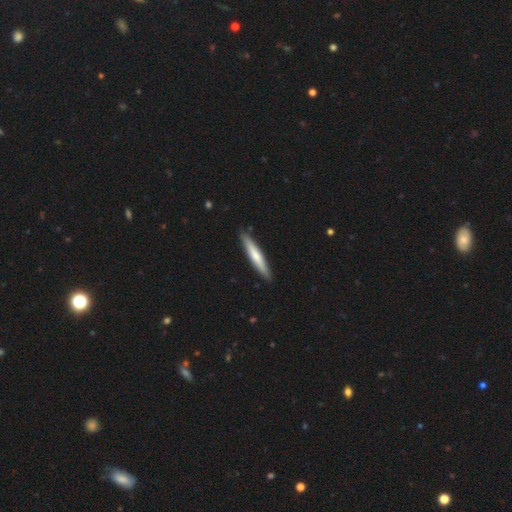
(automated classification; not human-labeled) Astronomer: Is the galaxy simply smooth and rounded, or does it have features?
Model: smooth — 61%.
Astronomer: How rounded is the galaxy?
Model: cigar-shaped — 93%.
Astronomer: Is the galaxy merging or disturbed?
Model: none — 90%.